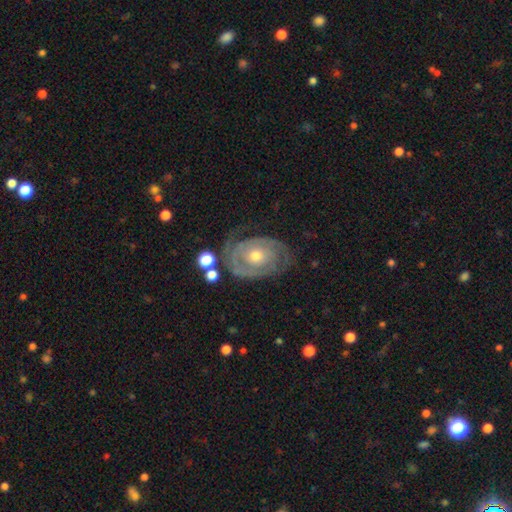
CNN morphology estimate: Overall: featured or disk (87%). Edge-on disk: no (97%). Bar: no (77%). Spiral arms: yes (94%). Spiral arm count: 2 (68%). Spiral winding: tight (72%). Bulge size: moderate (66%; small 29%). Merging: none (73%).